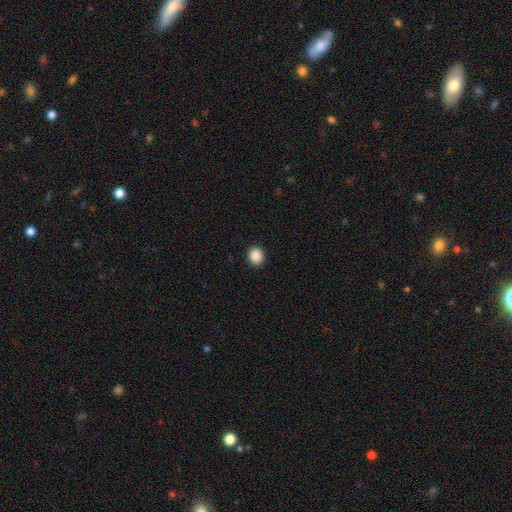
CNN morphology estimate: smooth_or_featured: smooth (p=0.89) [alt: star or artifact p=0.09]
how_rounded: round (p=0.73) [alt: in between p=0.26]
merging: none (p=0.91) [alt: minor disturbance p=0.06]